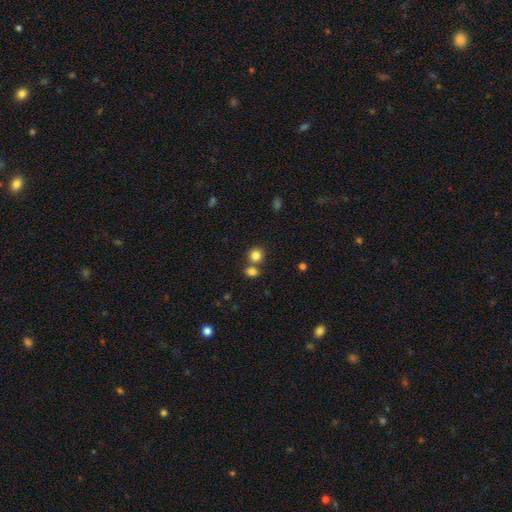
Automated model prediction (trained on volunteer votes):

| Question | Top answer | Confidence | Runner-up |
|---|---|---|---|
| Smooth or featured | smooth | 83% | star or artifact (11%) |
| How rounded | round | 84% | in between (15%) |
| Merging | none | 59% | merger (30%) |